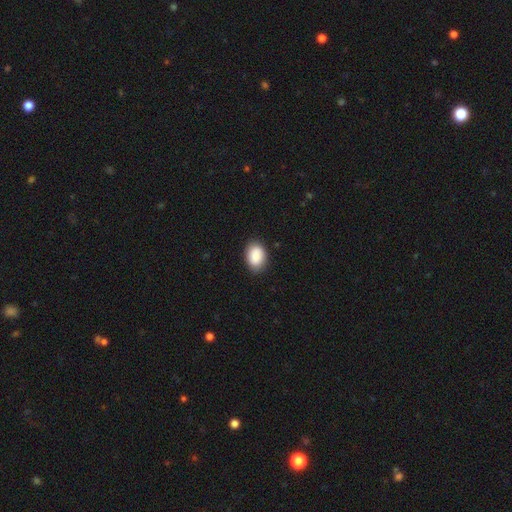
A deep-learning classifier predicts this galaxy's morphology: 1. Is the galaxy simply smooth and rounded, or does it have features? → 89% smooth, 6% star or artifact, 5% featured or disk.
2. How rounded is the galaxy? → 81% in between, 17% round, 1% cigar-shaped.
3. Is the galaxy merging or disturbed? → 85% none, 11% minor disturbance, 2% major disturbance, 1% merger.